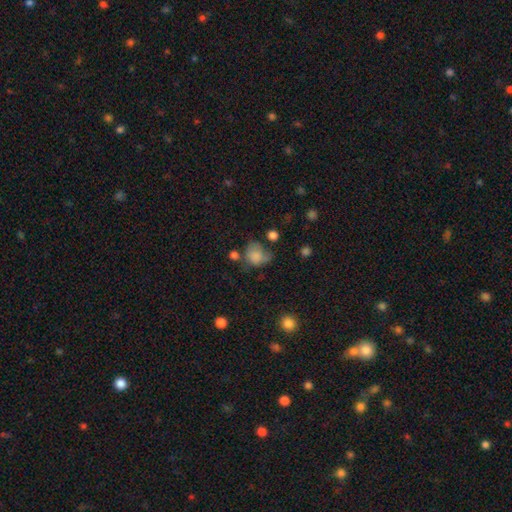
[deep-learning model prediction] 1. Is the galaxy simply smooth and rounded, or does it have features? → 74% smooth, 15% featured or disk, 11% star or artifact.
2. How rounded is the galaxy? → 56% round, 43% in between, 1% cigar-shaped.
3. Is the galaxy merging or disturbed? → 33% none, 29% minor disturbance, 25% major disturbance, 12% merger.